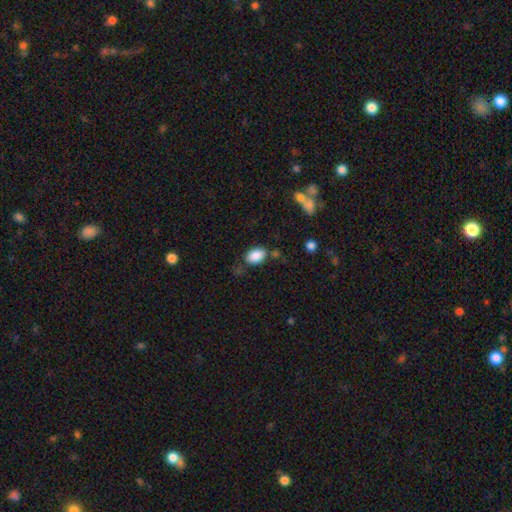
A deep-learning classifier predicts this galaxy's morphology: The model was most divided on "merging": none: 72%, minor disturbance: 17%, merger: 6%, major disturbance: 5%. More confident: smooth or featured — smooth (87%); how rounded — in between (86%).